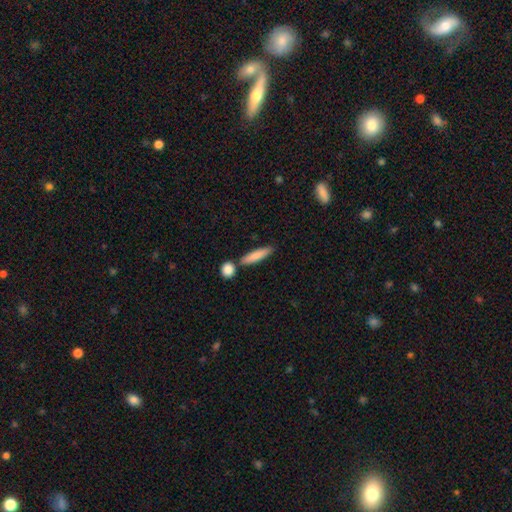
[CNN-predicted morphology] smooth 82%, featured or disk 13%, star or artifact 6%. Down the decision tree: how rounded — cigar-shaped (78%); merging — none (72%).